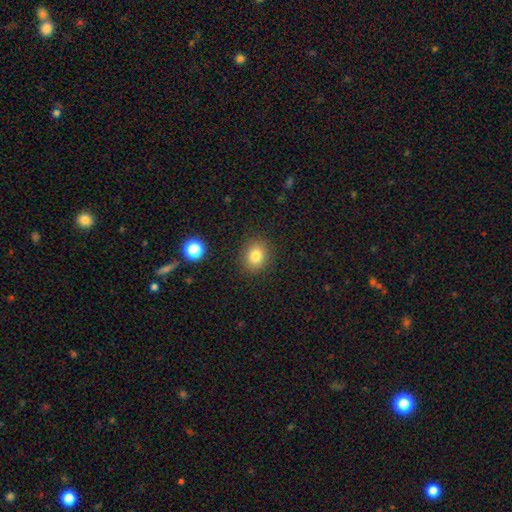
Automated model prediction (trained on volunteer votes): This is clearly a smooth galaxy (81%). How rounded: likely round (64%). Merging: clearly none (88%).